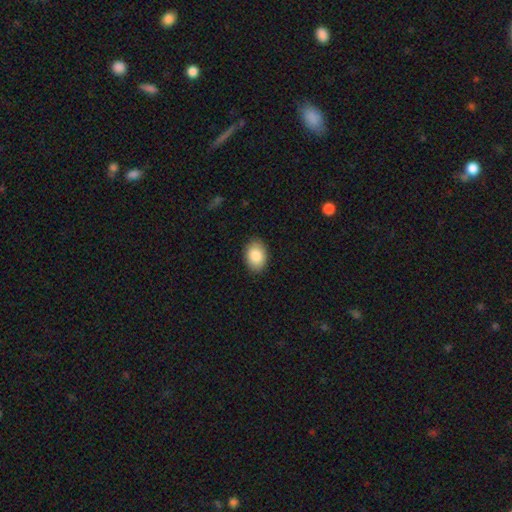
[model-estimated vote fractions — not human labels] A smooth galaxy with no disk features (87%) that is in between round and cigar-shaped (85%). Merging: none (88%).